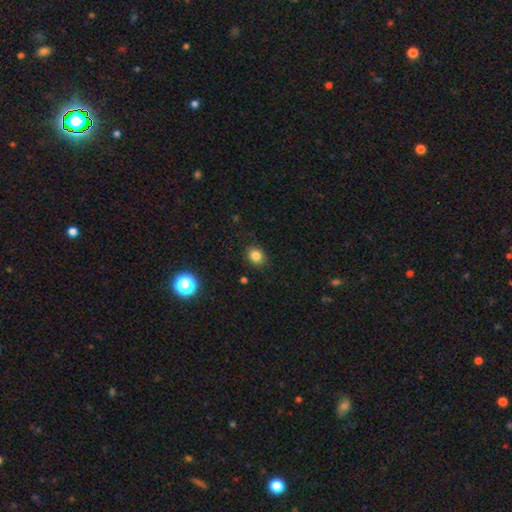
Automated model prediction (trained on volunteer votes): Smooth or featured?
  - smooth: 82% *
  - star or artifact: 12%
  - featured or disk: 6%
How rounded?
  - round: 59% *
  - in between: 40%
  - cigar-shaped: 1%
Merging?
  - none: 88% *
  - minor disturbance: 9%
  - major disturbance: 2%
  - merger: 1%